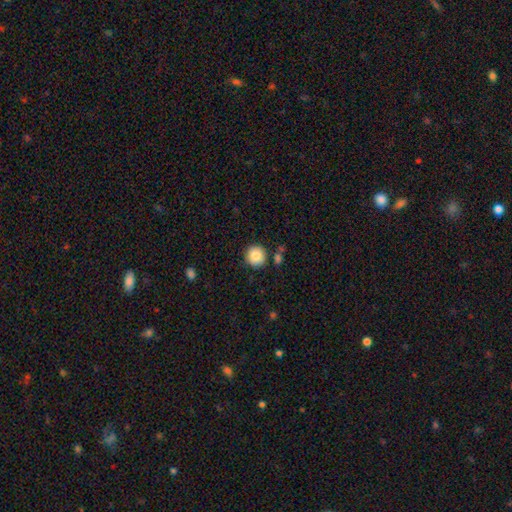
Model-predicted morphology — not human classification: A smooth galaxy with no disk features (87%) that is round (95%).

Vote fractions:
- Smooth or featured? smooth: 87% / star or artifact: 8% / featured or disk: 5%
- How rounded? round: 95% / in between: 4% / cigar-shaped: 1%
- Merging? none: 87% / minor disturbance: 7% / merger: 4% / major disturbance: 2%